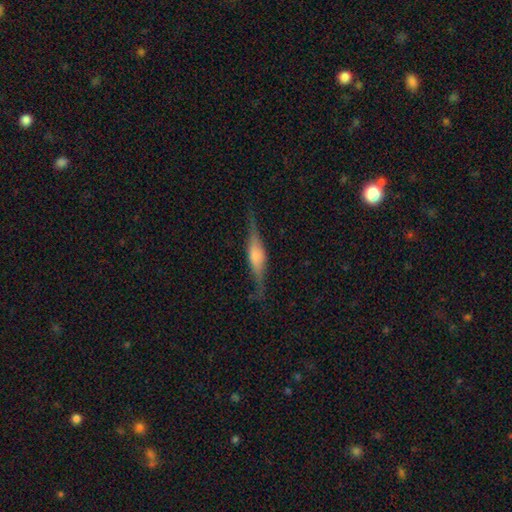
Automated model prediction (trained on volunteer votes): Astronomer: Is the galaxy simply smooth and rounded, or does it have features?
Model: featured or disk — 62%.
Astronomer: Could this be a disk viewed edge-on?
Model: yes — 95%.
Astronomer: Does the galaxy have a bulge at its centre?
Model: rounded — 63%.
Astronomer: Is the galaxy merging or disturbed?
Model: none — 77%.